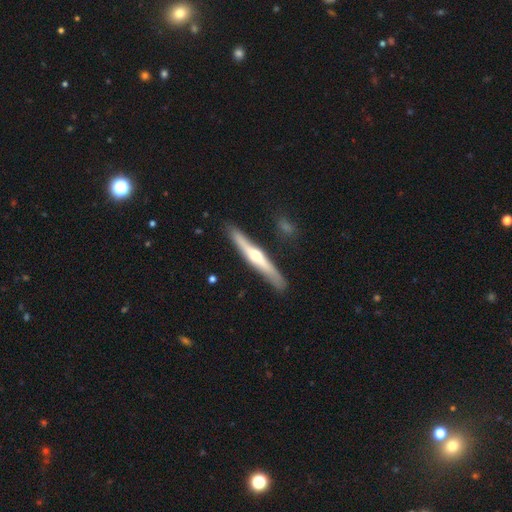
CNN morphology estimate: Overall: featured or disk (65%; smooth 30%). Edge-on disk: yes (95%). Edge-on bulge: rounded (83%). Merging: none (86%).